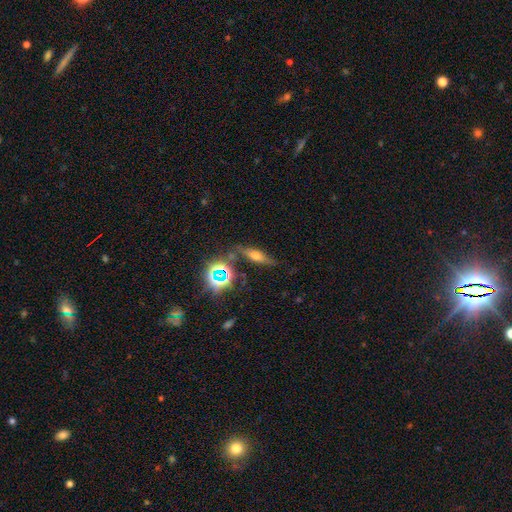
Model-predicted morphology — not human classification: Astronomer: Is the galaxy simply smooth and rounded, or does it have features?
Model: smooth — 41% (runner-up: featured or disk, 38%).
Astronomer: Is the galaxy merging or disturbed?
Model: none — 70%.